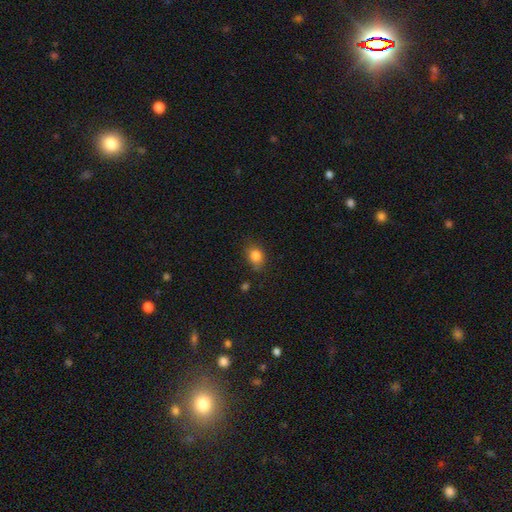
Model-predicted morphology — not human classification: Smooth or featured?
  - smooth: 83% *
  - star or artifact: 10%
  - featured or disk: 6%
How rounded?
  - in between: 50% *
  - round: 49%
  - cigar-shaped: 1%
Merging?
  - none: 71% *
  - minor disturbance: 22%
  - major disturbance: 5%
  - merger: 3%